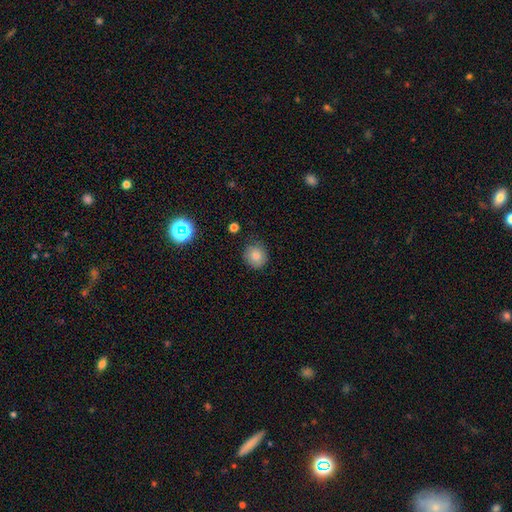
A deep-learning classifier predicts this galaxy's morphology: Smooth or featured? Predicted: smooth (p=0.82). How rounded? Predicted: round (p=0.87). Merging? Predicted: none (p=0.83).